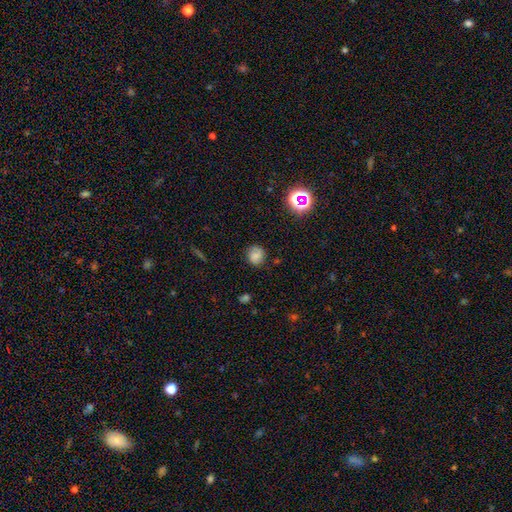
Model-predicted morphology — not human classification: Smooth or featured? Predicted: smooth (p=0.74). How rounded? Predicted: round (p=0.83). Merging? Predicted: none (p=0.82).